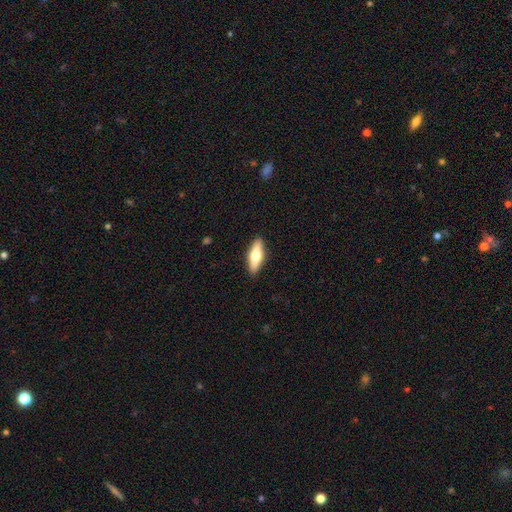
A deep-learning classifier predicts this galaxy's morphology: smooth 59%, featured or disk 35%, star or artifact 6%. Down the decision tree: how rounded — in between (52%); merging — none (90%).